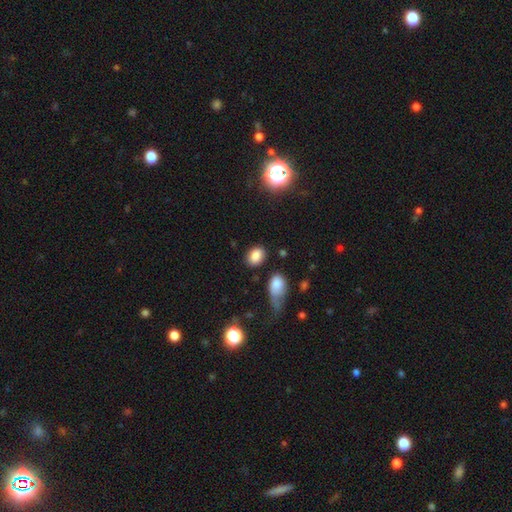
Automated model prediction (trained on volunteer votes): The model was most divided on "how rounded": in between: 66%, round: 32%, cigar-shaped: 2%. More confident: smooth or featured — smooth (84%); merging — none (79%).